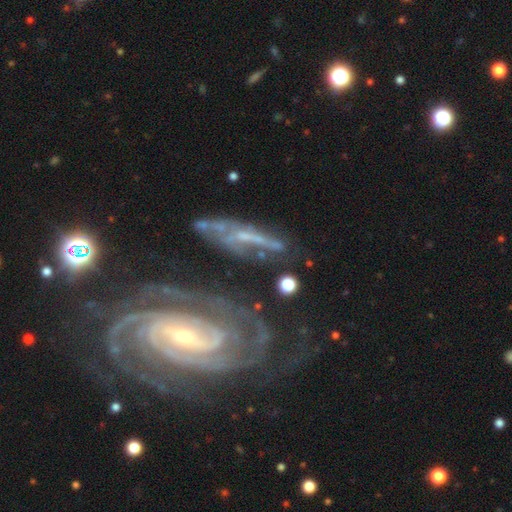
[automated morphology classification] This appears to be a featured or disk galaxy (87%) with no bar (38%), 2 (30%) tight (74%) spiral arms (97%) and a small central bulge (71%). Merging: none (66%).